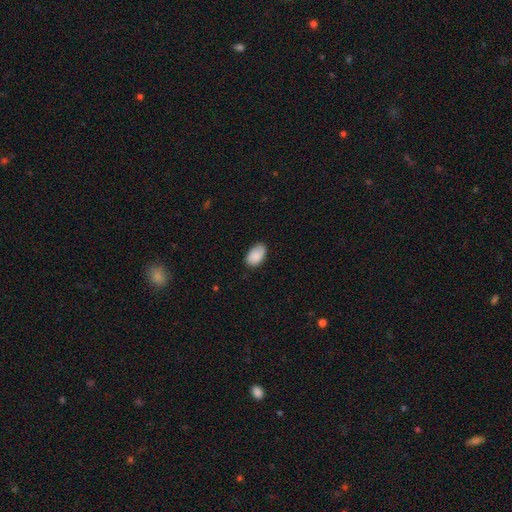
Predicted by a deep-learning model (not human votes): This appears to be a smooth galaxy with no disk features (88%) that is in between round and cigar-shaped (93%). Merging: none (78%).